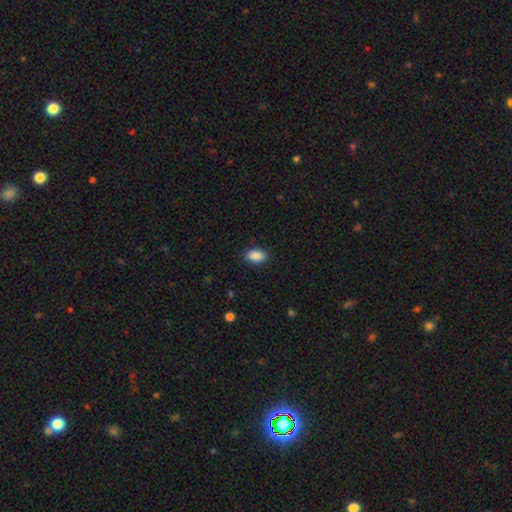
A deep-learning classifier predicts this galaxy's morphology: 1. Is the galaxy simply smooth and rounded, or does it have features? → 90% smooth, 7% star or artifact, 3% featured or disk.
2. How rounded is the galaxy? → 92% in between, 6% round, 2% cigar-shaped.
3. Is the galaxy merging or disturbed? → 87% none, 10% minor disturbance, 2% major disturbance, 1% merger.